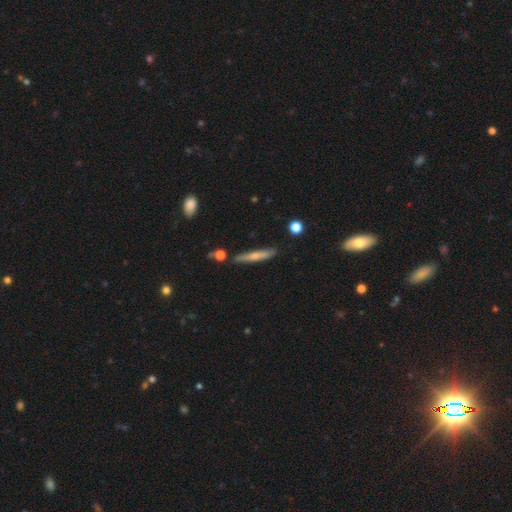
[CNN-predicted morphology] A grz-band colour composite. It shows a smooth galaxy with no disk features (55%) that is cigar-shaped (92%). Merging: none (84%).